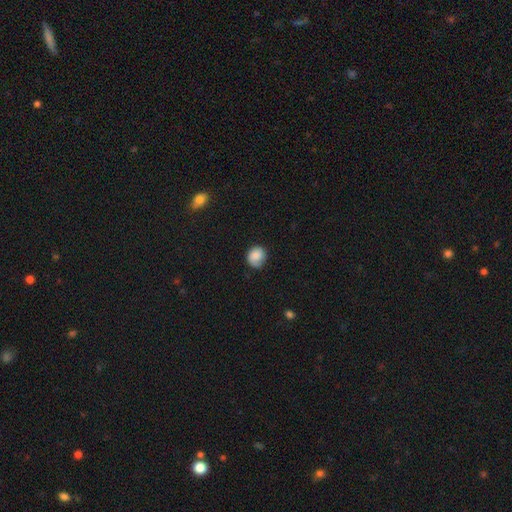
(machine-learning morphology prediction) This is clearly a smooth galaxy (82%). How rounded: likely round (76%). Merging: likely none (66%).